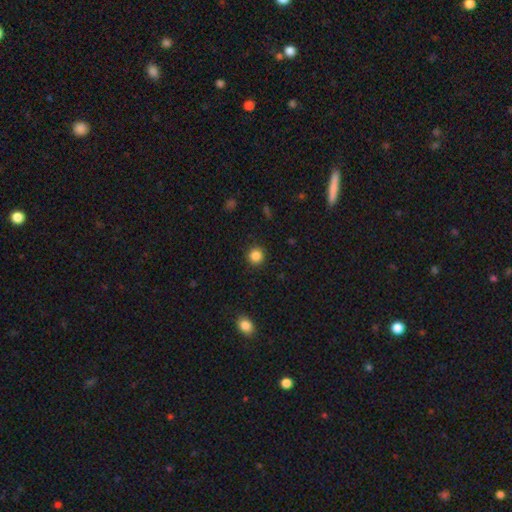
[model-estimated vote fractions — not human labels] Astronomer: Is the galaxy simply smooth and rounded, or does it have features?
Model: smooth — 85%.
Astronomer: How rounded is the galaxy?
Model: round — 94%.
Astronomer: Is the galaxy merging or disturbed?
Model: none — 91%.